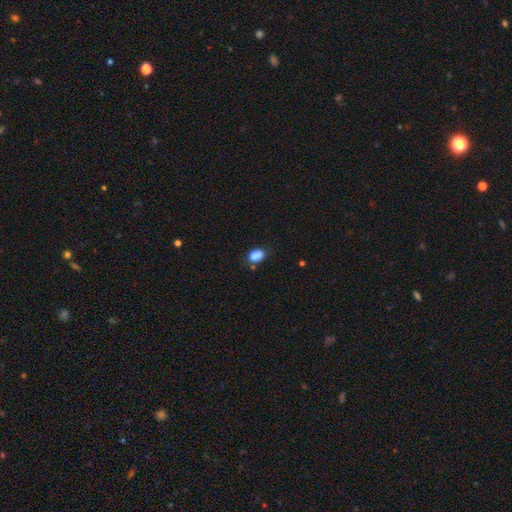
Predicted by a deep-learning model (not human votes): This appears to be a smooth galaxy with no disk features (85%) that is in between round and cigar-shaped (77%). Merging: none (61%).